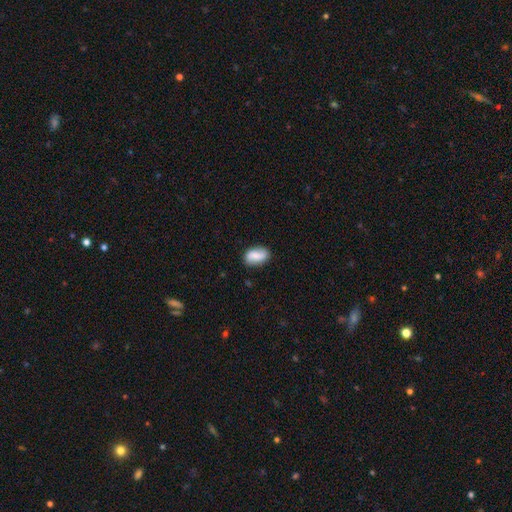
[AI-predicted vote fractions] Smooth or featured? smooth (60%)
How rounded? in between (88%)
Merging? none (80%)